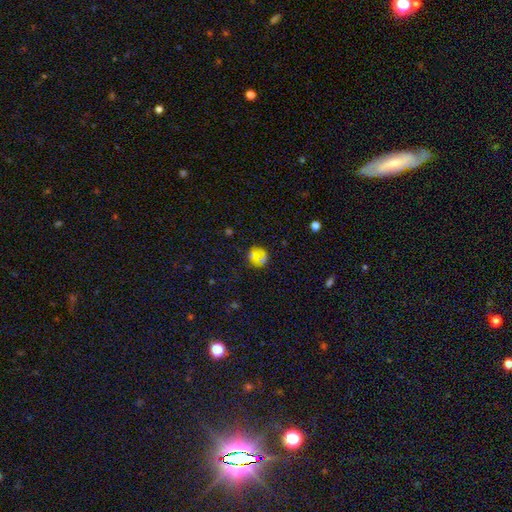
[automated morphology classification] Smooth or featured: smooth — 62% (star or artifact — 23%)
How rounded: round — 91% (in between — 8%)
Merging: none — 79% (minor disturbance — 12%)